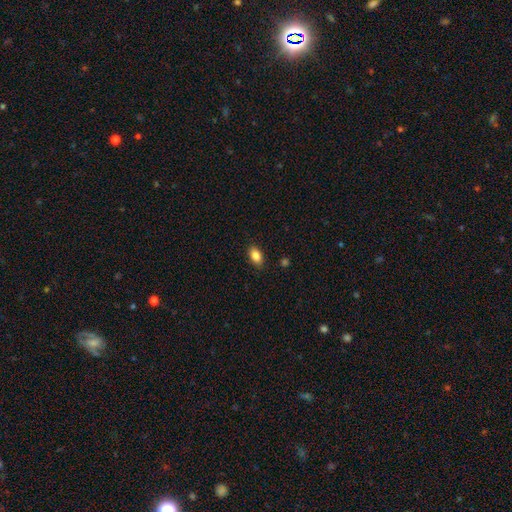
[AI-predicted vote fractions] Overall: smooth (86%). How rounded: in between (88%). Merging: none (88%).